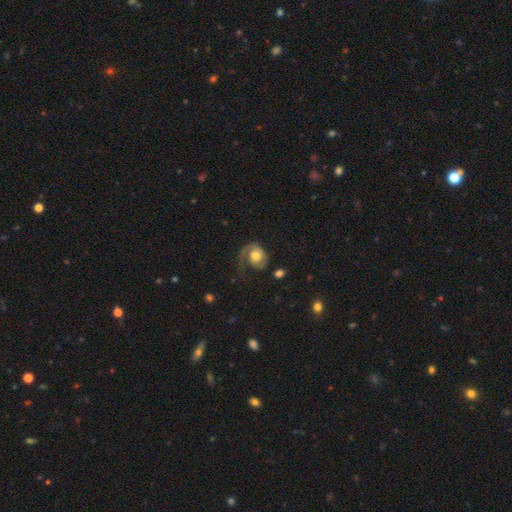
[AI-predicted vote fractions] featured or disk 69%, smooth 25%, star or artifact 6%. Down the decision tree: edge-on disk — no (97%); bar — no (75%); spiral arms — yes (91%); spiral arm count — 1 (65%); spiral winding — medium (37%); bulge size — moderate (66%); merging — none (42%).